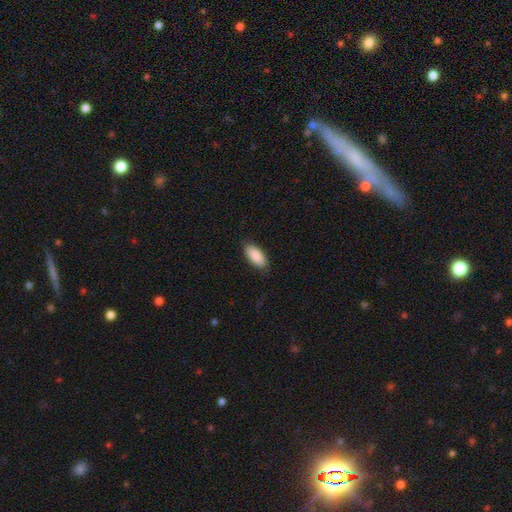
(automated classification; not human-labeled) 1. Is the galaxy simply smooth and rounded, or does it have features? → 89% smooth, 5% star or artifact, 5% featured or disk.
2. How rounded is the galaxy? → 92% in between, 7% cigar-shaped, 2% round.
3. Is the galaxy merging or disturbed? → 83% none, 13% minor disturbance, 2% major disturbance, 1% merger.